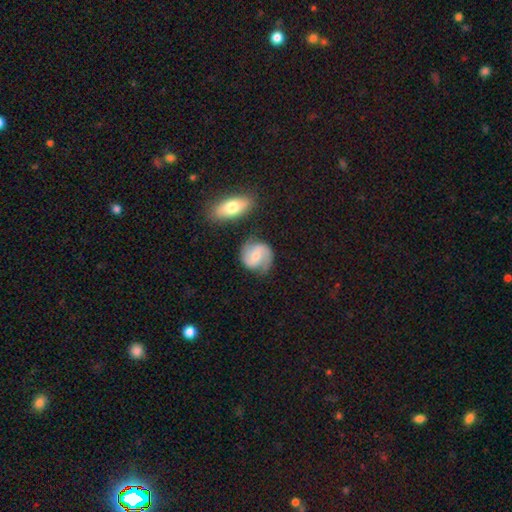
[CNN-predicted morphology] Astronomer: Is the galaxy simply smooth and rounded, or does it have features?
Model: featured or disk — 67%.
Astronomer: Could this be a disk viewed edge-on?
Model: no — 97%.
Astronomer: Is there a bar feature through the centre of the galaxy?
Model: no — 51% (runner-up: weak, 39%).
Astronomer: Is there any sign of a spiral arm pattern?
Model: yes — 92%.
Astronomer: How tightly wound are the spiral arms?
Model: medium — 48% (runner-up: tight, 27%).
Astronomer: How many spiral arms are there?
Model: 2 — 86%.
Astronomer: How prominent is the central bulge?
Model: small — 49% (runner-up: moderate, 46%).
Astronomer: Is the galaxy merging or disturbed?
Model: none — 68%.